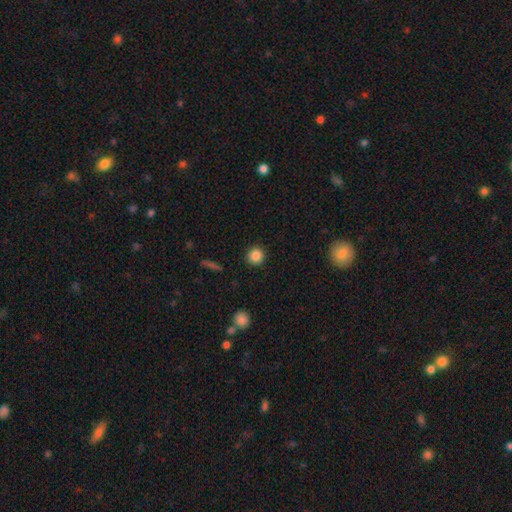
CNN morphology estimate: type=smooth (85%); roundness=round (93%); merging=none (91%).